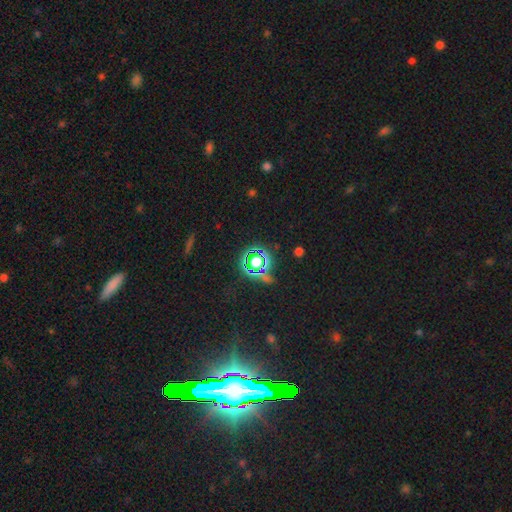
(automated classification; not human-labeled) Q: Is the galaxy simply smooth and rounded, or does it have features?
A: star or artifact — 65%.